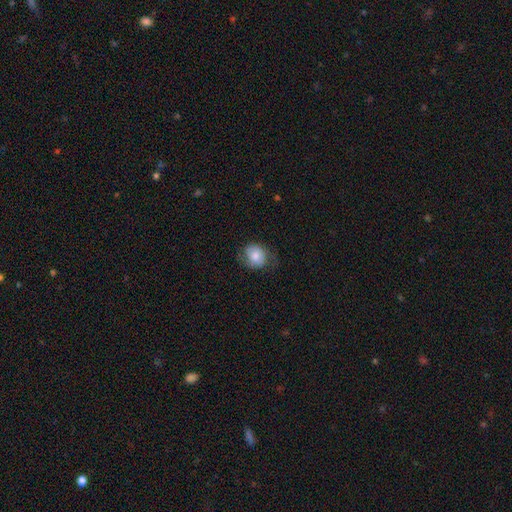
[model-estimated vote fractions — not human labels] Smooth or featured?
  - smooth: 73% *
  - featured or disk: 19%
  - star or artifact: 8%
How rounded?
  - round: 64% *
  - in between: 35%
  - cigar-shaped: 1%
Merging?
  - none: 65% *
  - minor disturbance: 23%
  - major disturbance: 10%
  - merger: 1%